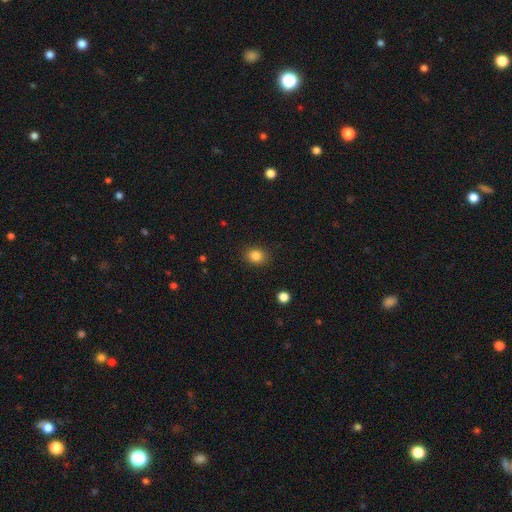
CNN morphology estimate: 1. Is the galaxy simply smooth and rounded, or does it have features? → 85% smooth, 11% star or artifact, 4% featured or disk.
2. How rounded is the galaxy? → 56% round, 43% in between, 1% cigar-shaped.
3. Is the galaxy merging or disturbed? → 88% none, 8% minor disturbance, 2% major disturbance, 1% merger.